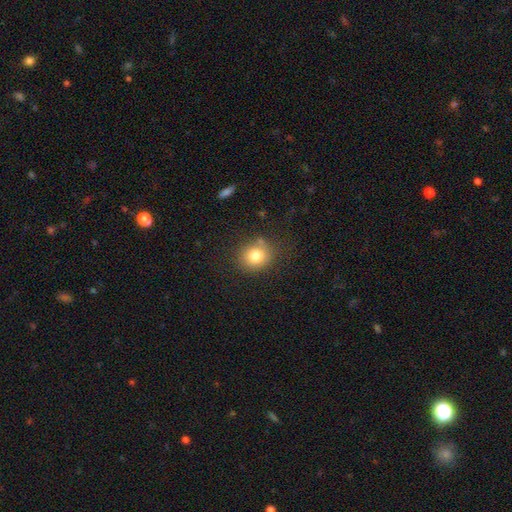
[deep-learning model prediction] A smooth galaxy with no disk features (79%) that is round (76%).

Vote fractions:
- Smooth or featured? smooth: 79% / star or artifact: 11% / featured or disk: 10%
- How rounded? round: 76% / in between: 24% / cigar-shaped: 1%
- Merging? none: 78% / minor disturbance: 13% / merger: 4% / major disturbance: 4%